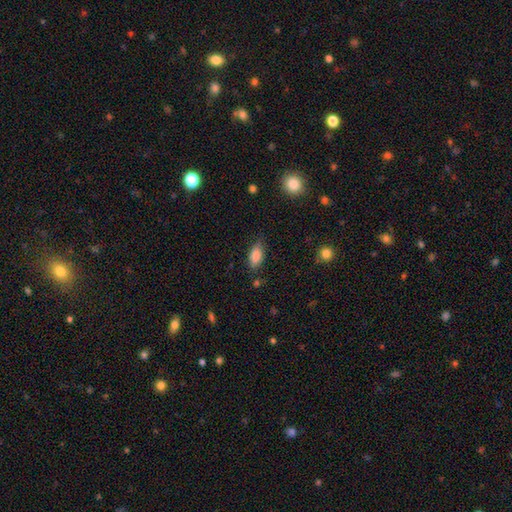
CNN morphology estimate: Smooth or featured: smooth — 85% (star or artifact — 8%)
How rounded: in between — 88% (cigar-shaped — 8%)
Merging: none — 73% (minor disturbance — 21%)